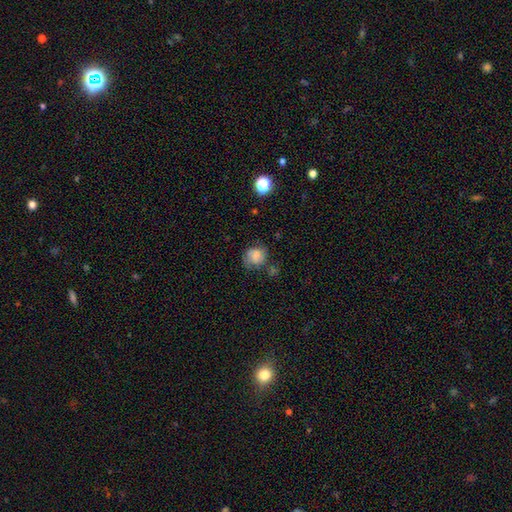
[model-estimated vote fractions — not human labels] Smooth or featured? Predicted: smooth (p=0.63). How rounded? Predicted: round (p=0.60). Merging? Predicted: none (p=0.51).